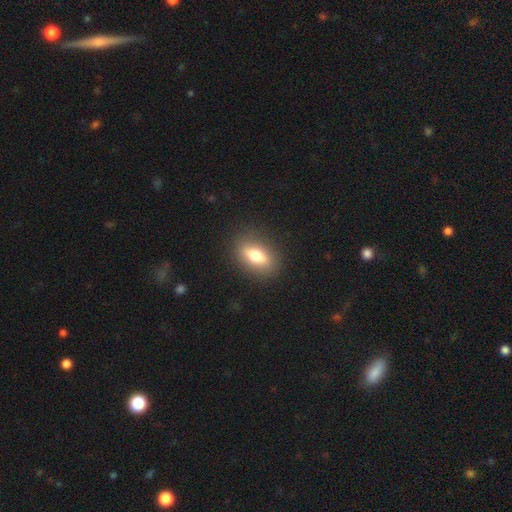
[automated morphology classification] Smooth or featured? Predicted: smooth (p=0.69). How rounded? Predicted: in between (p=0.76). Merging? Predicted: none (p=0.87).